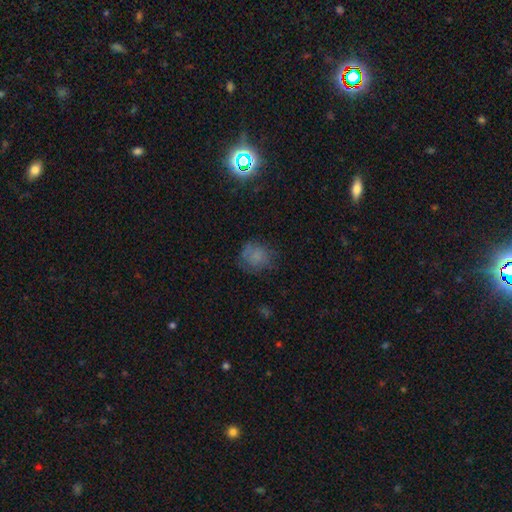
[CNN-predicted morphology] Smooth or featured: smooth — 64% (star or artifact — 19%)
How rounded: round — 80% (in between — 19%)
Merging: none — 67% (minor disturbance — 22%)